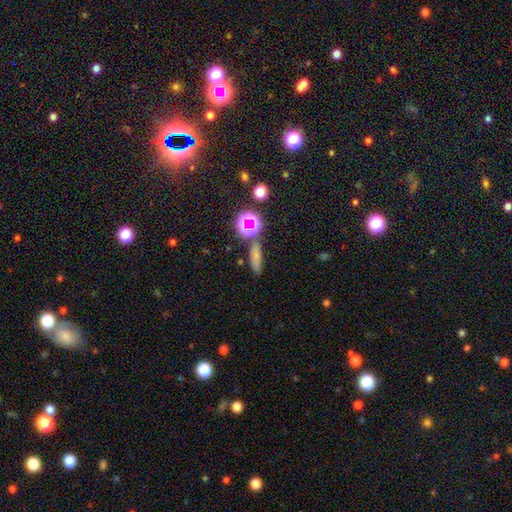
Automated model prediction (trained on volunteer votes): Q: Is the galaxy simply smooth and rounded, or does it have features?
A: smooth — 66%.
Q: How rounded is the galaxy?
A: cigar-shaped — 52%.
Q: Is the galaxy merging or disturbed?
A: none — 76%.